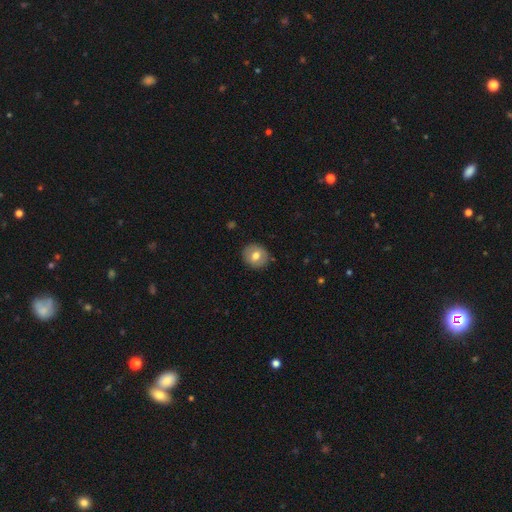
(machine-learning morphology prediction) smooth_or_featured: smooth (p=0.70) [alt: featured or disk p=0.22]
how_rounded: round (p=0.84) [alt: in between p=0.15]
merging: none (p=0.89) [alt: minor disturbance p=0.08]